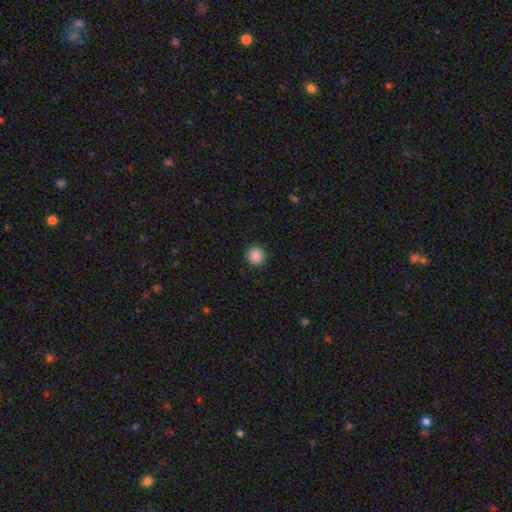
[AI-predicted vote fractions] Smooth or featured? Predicted: smooth (p=0.89). How rounded? Predicted: round (p=0.91). Merging? Predicted: none (p=0.92).